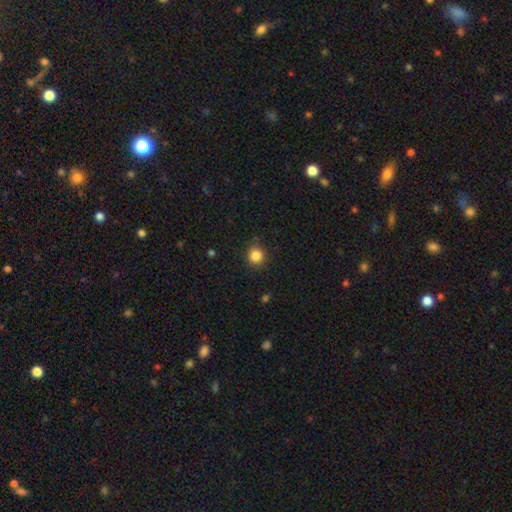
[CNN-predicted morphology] smooth_or_featured: smooth (p=0.85) [alt: star or artifact p=0.11]
how_rounded: round (p=0.90) [alt: in between p=0.09]
merging: none (p=0.88) [alt: minor disturbance p=0.09]